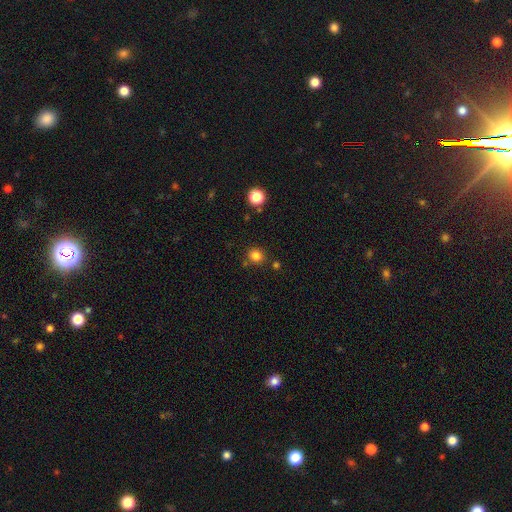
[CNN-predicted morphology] This appears to be a smooth galaxy with no disk features (81%) that is round (87%). Merging: none (83%).